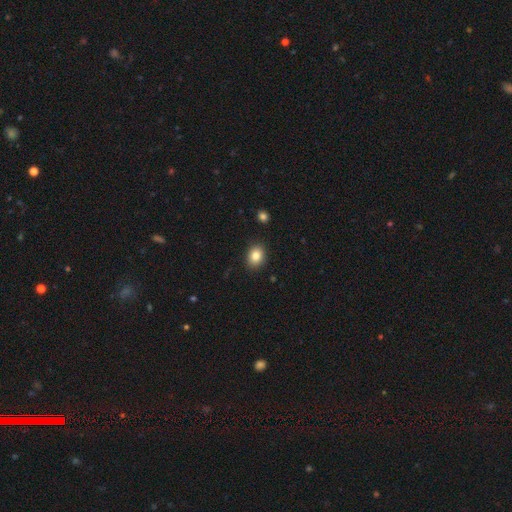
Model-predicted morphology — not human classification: A smooth galaxy with no disk features (84%) that is in between round and cigar-shaped (61%).

Vote fractions:
- Smooth or featured? smooth: 84% / star or artifact: 9% / featured or disk: 6%
- How rounded? in between: 61% / round: 38% / cigar-shaped: 1%
- Merging? none: 88% / minor disturbance: 8% / major disturbance: 2% / merger: 1%